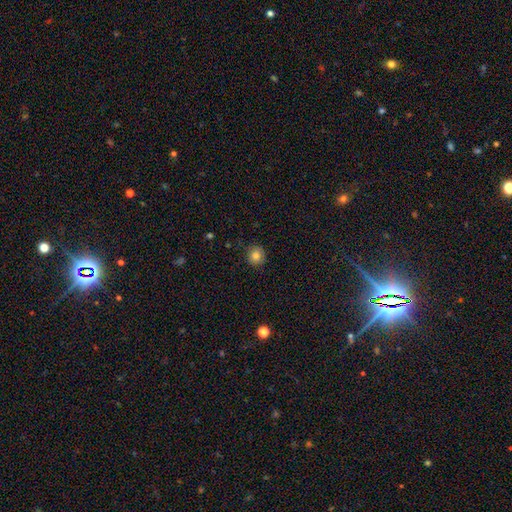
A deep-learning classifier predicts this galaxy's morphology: smooth 83%, star or artifact 11%, featured or disk 6%. Down the decision tree: how rounded — round (90%); merging — none (86%).